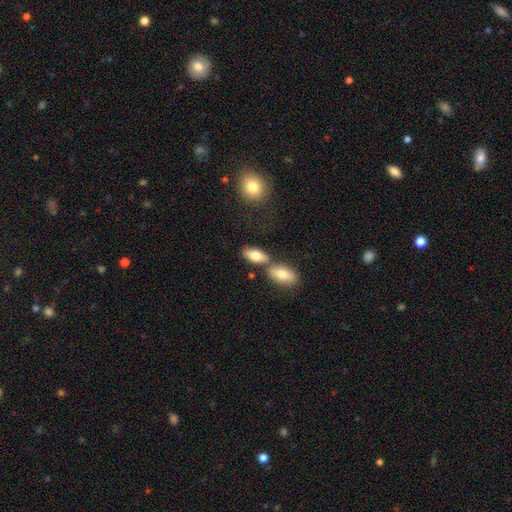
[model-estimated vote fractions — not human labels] Smooth or featured: smooth — 78% (featured or disk — 15%)
How rounded: in between — 85% (cigar-shaped — 11%)
Merging: none — 59% (merger — 27%)